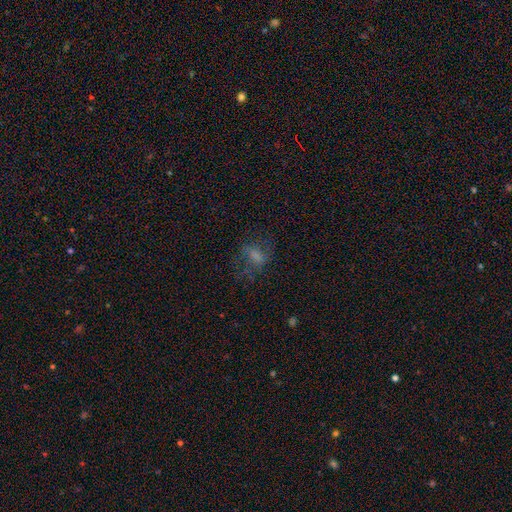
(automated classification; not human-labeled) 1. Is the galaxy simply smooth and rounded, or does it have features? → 53% smooth, 29% featured or disk, 19% star or artifact.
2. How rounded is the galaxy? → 71% in between, 25% round, 4% cigar-shaped.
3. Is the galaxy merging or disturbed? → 48% none, 30% major disturbance, 20% minor disturbance, 2% merger.